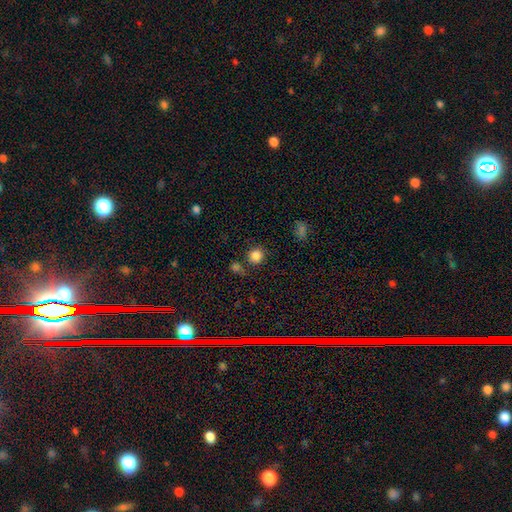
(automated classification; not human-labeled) A smooth galaxy with no disk features (84%) that is round (90%).

Vote fractions:
- Smooth or featured? smooth: 84% / star or artifact: 11% / featured or disk: 4%
- How rounded? round: 90% / in between: 9% / cigar-shaped: 1%
- Merging? none: 79% / minor disturbance: 9% / merger: 9% / major disturbance: 3%